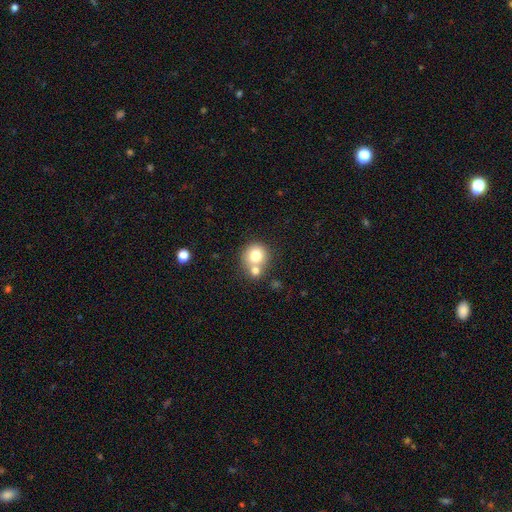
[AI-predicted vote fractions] Morphology: type=smooth (76%); roundness=round (87%); merging=none (49%).